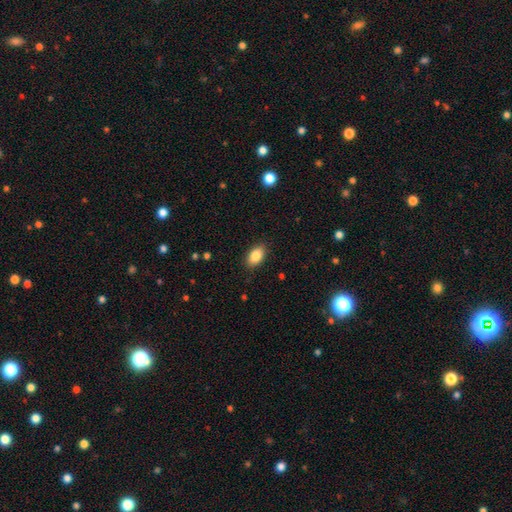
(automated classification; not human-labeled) Overall: smooth (85%). How rounded: in between (91%). Merging: none (88%).